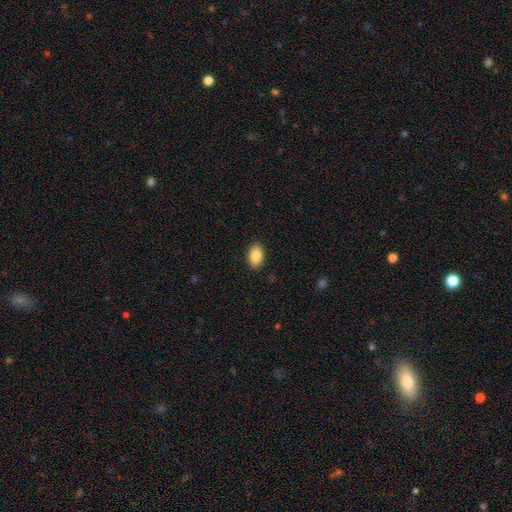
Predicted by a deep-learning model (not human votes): A smooth galaxy with no disk features (88%) that is in between round and cigar-shaped (92%).

Vote fractions:
- Smooth or featured? smooth: 88% / star or artifact: 7% / featured or disk: 5%
- How rounded? in between: 92% / round: 7% / cigar-shaped: 1%
- Merging? none: 90% / minor disturbance: 8% / major disturbance: 2% / merger: 1%